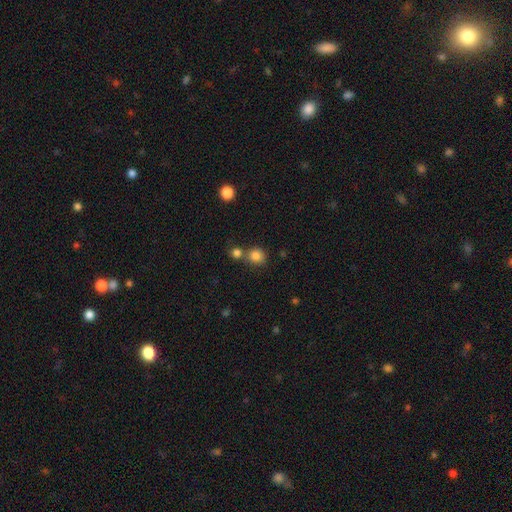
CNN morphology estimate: This is clearly a smooth galaxy (83%). How rounded: clearly round (84%). Merging: possibly none (60%).